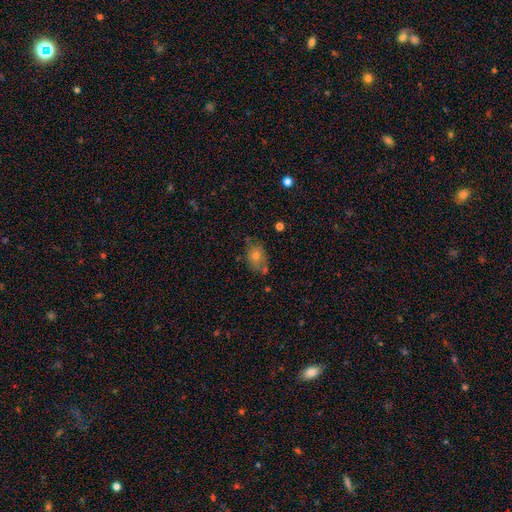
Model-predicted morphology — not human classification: Smooth or featured: smooth — 62% (featured or disk — 25%)
How rounded: in between — 71% (round — 27%)
Merging: none — 60% (minor disturbance — 24%)